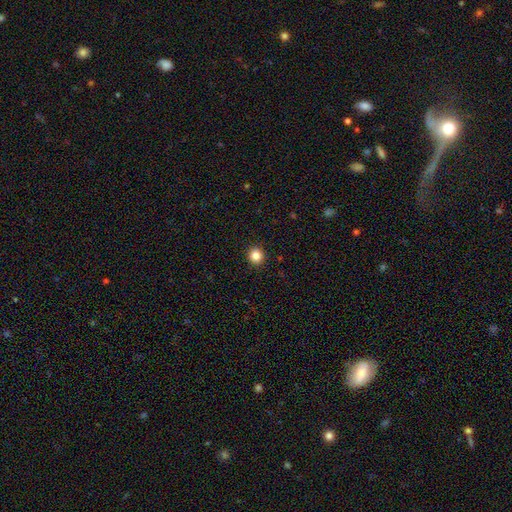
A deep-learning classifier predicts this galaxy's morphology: smooth 85%, star or artifact 11%, featured or disk 4%. Down the decision tree: how rounded — round (93%); merging — none (93%).